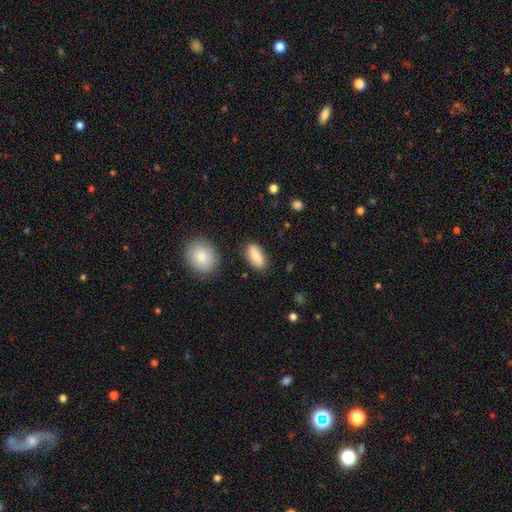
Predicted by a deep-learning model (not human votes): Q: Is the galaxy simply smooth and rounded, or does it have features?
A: smooth — 74%.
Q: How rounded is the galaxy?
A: in between — 87%.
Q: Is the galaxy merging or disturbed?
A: none — 82%.